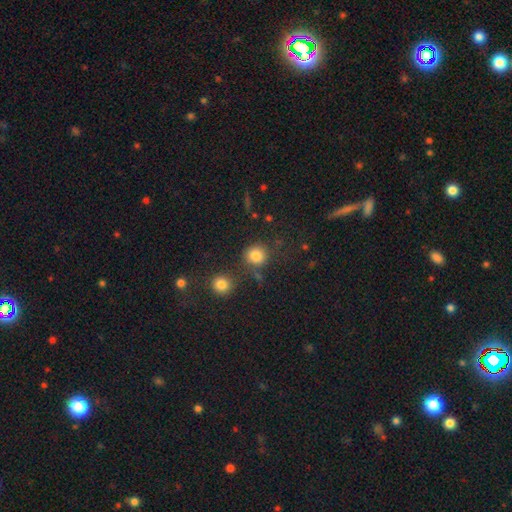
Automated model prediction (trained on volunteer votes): The model was most divided on "merging": none: 74%, minor disturbance: 11%, merger: 10%, major disturbance: 5%. More confident: how rounded — round (89%); smooth or featured — smooth (82%).